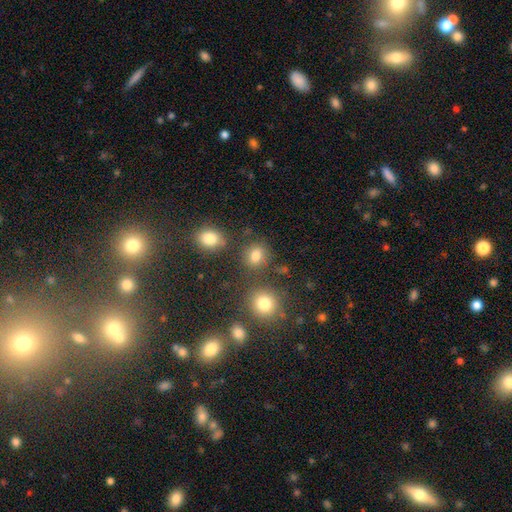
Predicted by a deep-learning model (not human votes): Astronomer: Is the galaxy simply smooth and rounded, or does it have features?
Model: smooth — 78%.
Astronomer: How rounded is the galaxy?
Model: round — 68%.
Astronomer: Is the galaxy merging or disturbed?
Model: none — 75%.